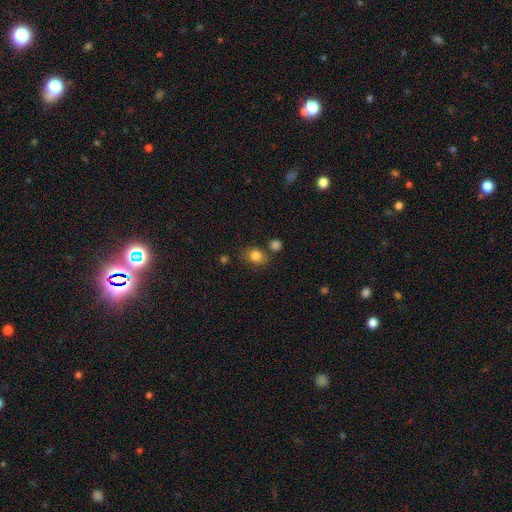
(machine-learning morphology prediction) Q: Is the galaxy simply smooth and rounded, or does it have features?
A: smooth — 83%.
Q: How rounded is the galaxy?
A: in between — 53%.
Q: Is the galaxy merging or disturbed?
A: none — 71%.